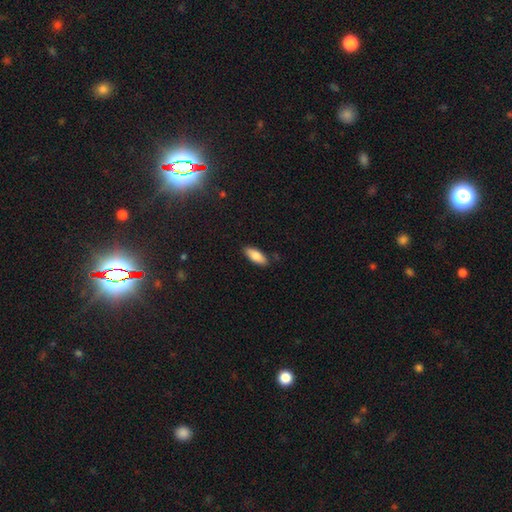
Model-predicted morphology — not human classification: smooth_or_featured: smooth (p=0.82) [alt: featured or disk p=0.12]
how_rounded: in between (p=0.74) [alt: cigar-shaped p=0.24]
merging: none (p=0.86) [alt: minor disturbance p=0.11]